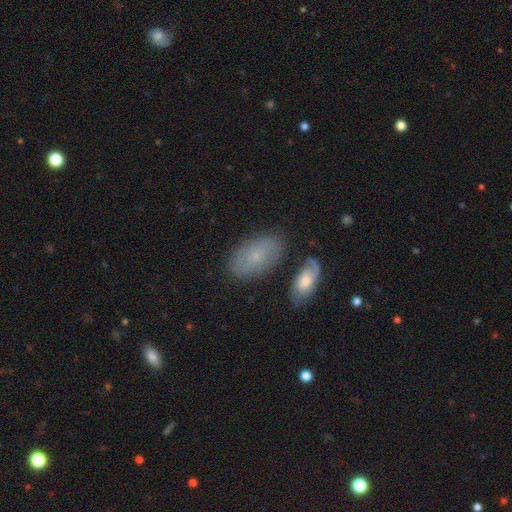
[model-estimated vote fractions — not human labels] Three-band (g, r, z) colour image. It shows a smooth galaxy with no disk features (64%) that is in between round and cigar-shaped (92%). Merging: none (74%).